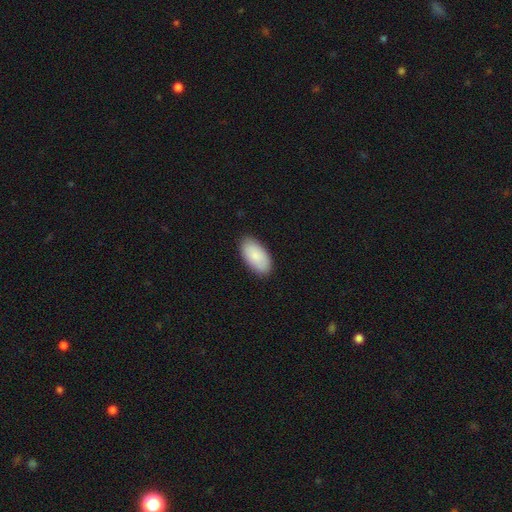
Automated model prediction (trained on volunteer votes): Smooth or featured? smooth (88%)
How rounded? in between (96%)
Merging? none (87%)